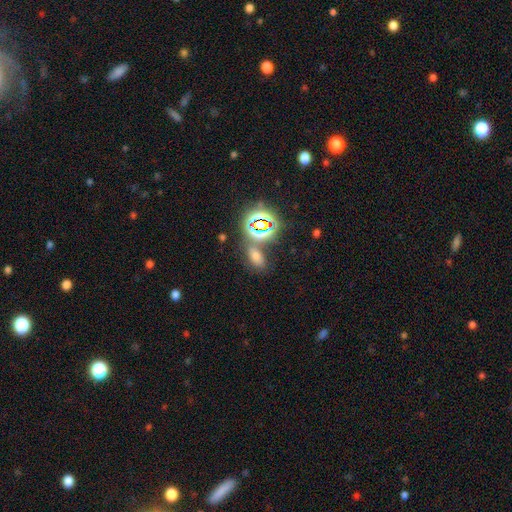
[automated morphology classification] Smooth or featured? Predicted: smooth (p=0.52). How rounded? Predicted: in between (p=0.82). Merging? Predicted: none (p=0.65).